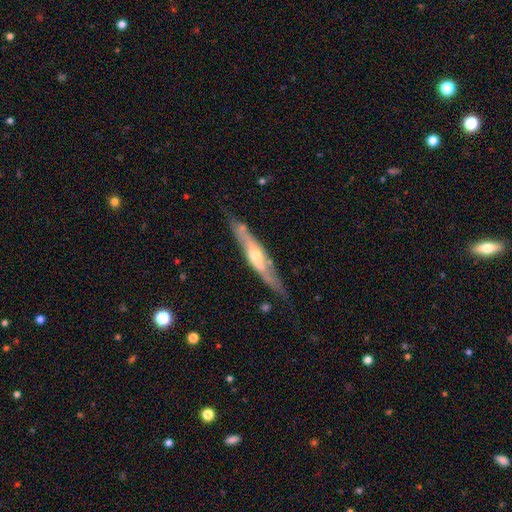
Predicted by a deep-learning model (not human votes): The model was most divided on "smooth or featured": featured or disk: 68%, smooth: 27%, star or artifact: 5%. More confident: edge-on bulge — rounded (79%); edge-on disk — yes (76%); merging — none (71%).